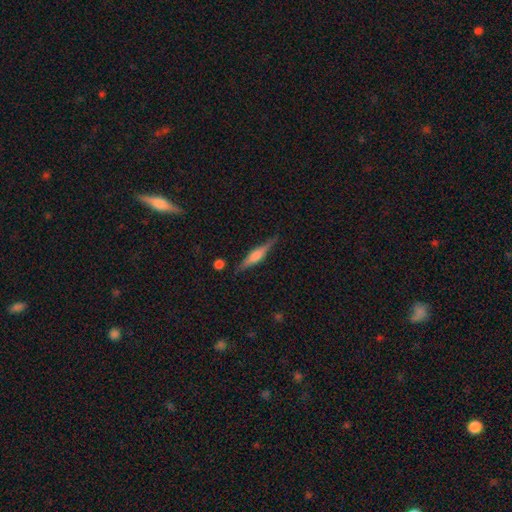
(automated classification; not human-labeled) Smooth or featured? Predicted: featured or disk (p=0.62). Edge-on disk? Predicted: yes (p=0.97). Edge-on bulge? Predicted: rounded (p=0.63). Merging? Predicted: none (p=0.85).